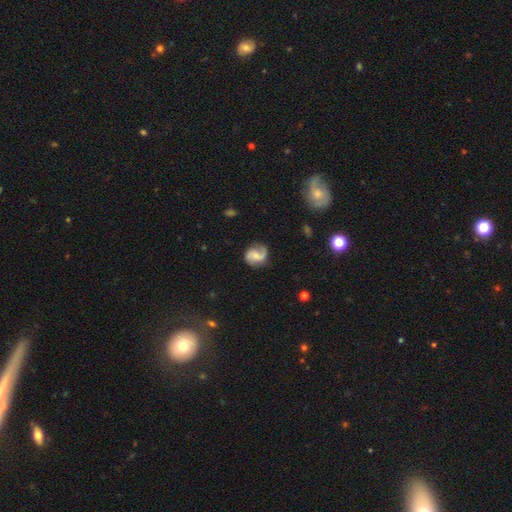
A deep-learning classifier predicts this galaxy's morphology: type=featured or disk (80%); edge-on=no (98%); bar=no (47%); spiral arms=yes (96%); winding=medium (46%); arm count=2 (91%); bulge=small (48%); merging=none (81%).